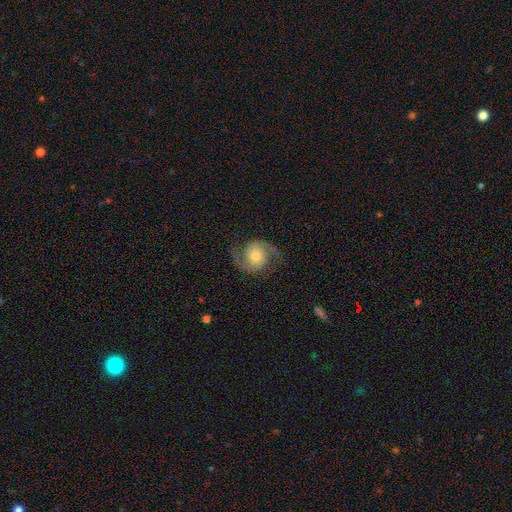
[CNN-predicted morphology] smooth-or-featured: featured or disk: 89% | smooth: 5% | star or artifact: 5%
  disk-edge-on: no: 98% | yes: 2%
    bar: no: 72% | weak: 23% | strong: 5%
    has-spiral-arms: yes: 98% | no: 2%
      spiral-winding: medium: 56% | loose: 23% | tight: 20%
      spiral-arm-count: 2: 94% | can't tell: 2% | 3: 1% | 1: 1% | 4: 1% | more than 4: 1%
    bulge-size: moderate: 62% | small: 27% | large: 7% | none: 2% | dominant: 1%
  merging: none: 82% | minor disturbance: 12% | major disturbance: 5% | merger: 1%